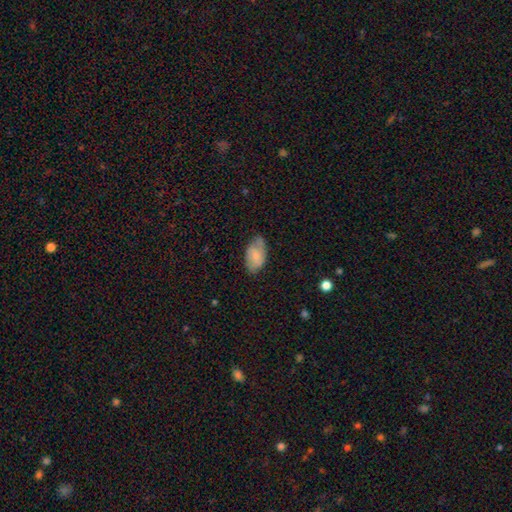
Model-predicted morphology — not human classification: Q: Smooth or featured?
A: smooth (72%); runner-up: featured or disk (21%)
Q: How rounded?
A: in between (94%); runner-up: round (4%)
Q: Merging?
A: none (64%); runner-up: minor disturbance (29%)